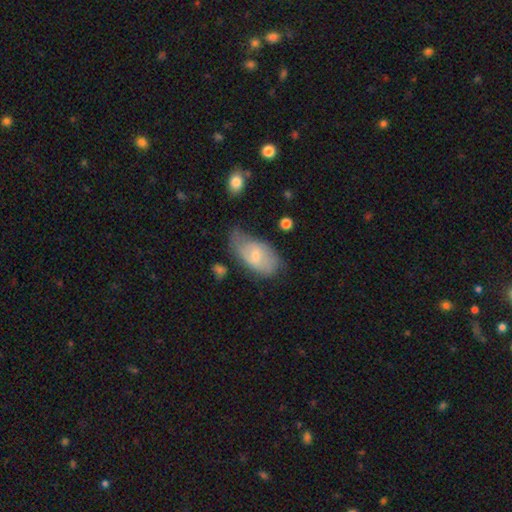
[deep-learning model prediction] Smooth or featured: smooth — 51% (featured or disk — 42%)
How rounded: in between — 92% (round — 5%)
Merging: none — 44% (minor disturbance — 36%)